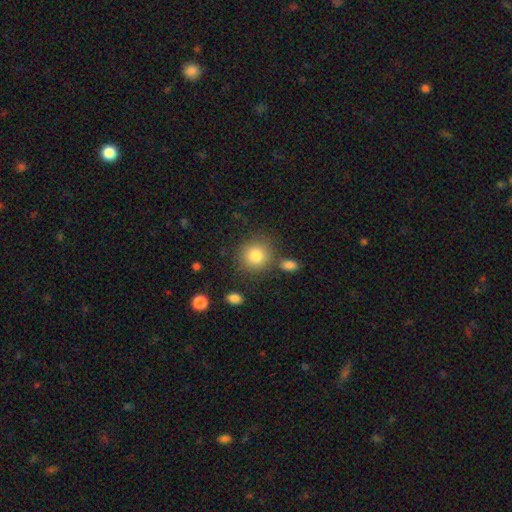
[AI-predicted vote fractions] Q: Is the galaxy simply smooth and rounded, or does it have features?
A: smooth — 84%.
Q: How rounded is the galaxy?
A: round — 87%.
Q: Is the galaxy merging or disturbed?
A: none — 78%.